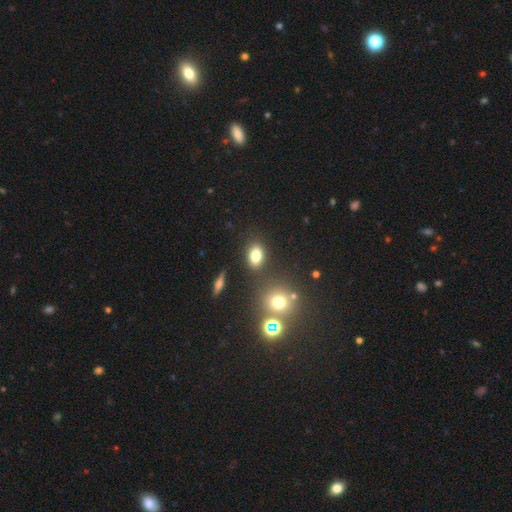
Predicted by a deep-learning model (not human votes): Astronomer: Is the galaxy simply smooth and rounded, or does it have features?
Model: smooth — 78%.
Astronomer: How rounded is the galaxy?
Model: in between — 77%.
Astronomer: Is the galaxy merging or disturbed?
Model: none — 81%.